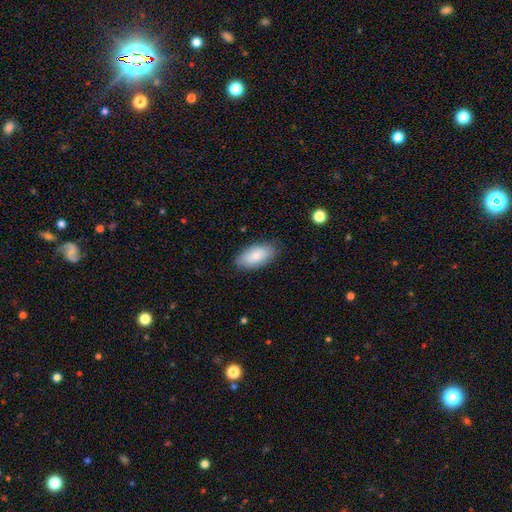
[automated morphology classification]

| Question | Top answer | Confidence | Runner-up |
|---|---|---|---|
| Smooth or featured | smooth | 83% | featured or disk (11%) |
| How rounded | in between | 94% | cigar-shaped (4%) |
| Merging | none | 83% | minor disturbance (13%) |